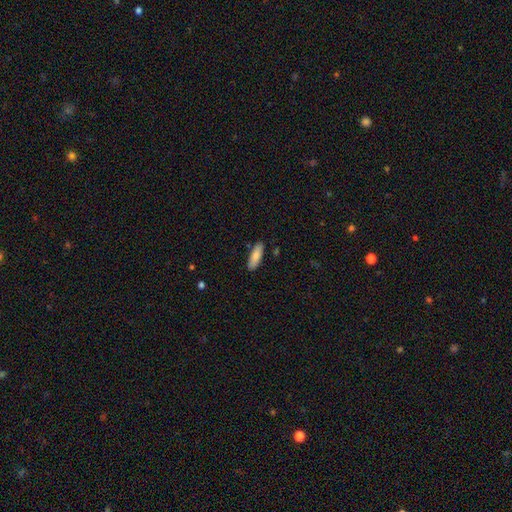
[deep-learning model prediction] Q: Smooth or featured?
A: smooth (82%); runner-up: featured or disk (12%)
Q: How rounded?
A: in between (60%); runner-up: cigar-shaped (38%)
Q: Merging?
A: none (86%); runner-up: minor disturbance (10%)